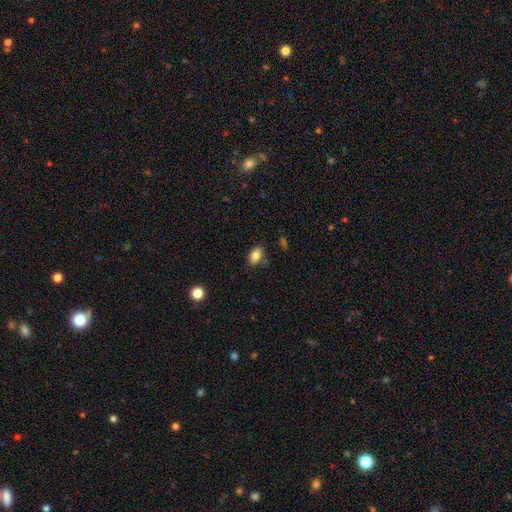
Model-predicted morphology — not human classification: smooth_or_featured: smooth (p=0.82) [alt: star or artifact p=0.09]
how_rounded: in between (p=0.87) [alt: round p=0.11]
merging: none (p=0.77) [alt: minor disturbance p=0.15]